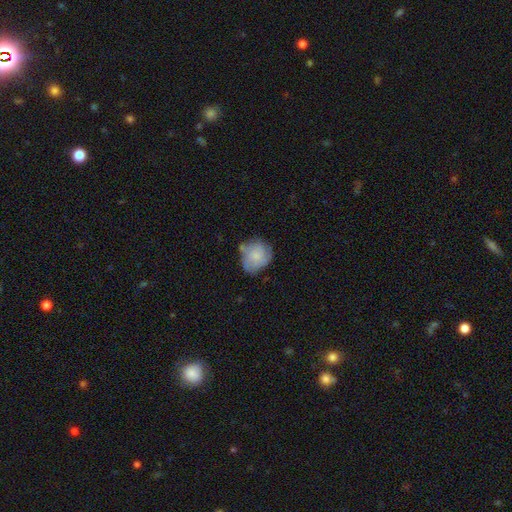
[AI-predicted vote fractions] This appears to be a smooth galaxy with no disk features (56%) that is round (75%). Merging: none (59%).